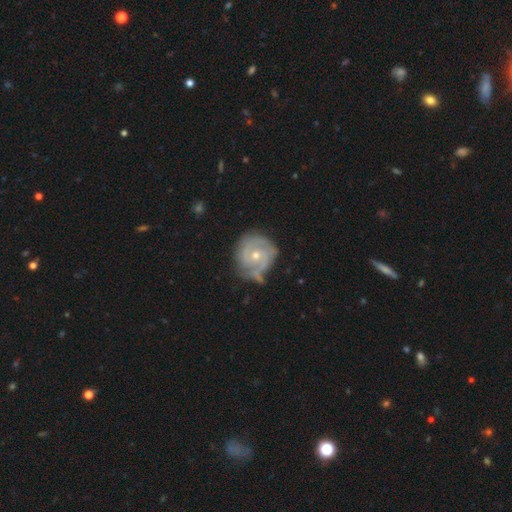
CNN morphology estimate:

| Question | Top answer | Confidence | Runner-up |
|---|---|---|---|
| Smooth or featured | featured or disk | 77% | smooth (17%) |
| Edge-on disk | no | 98% | yes (2%) |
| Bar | no | 72% | weak (24%) |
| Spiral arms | yes | 87% | no (13%) |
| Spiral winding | tight | 61% | medium (29%) |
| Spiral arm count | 2 | 45% | can't tell (25%) |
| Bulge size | moderate | 52% | small (45%) |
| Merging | none | 54% | minor disturbance (27%) |